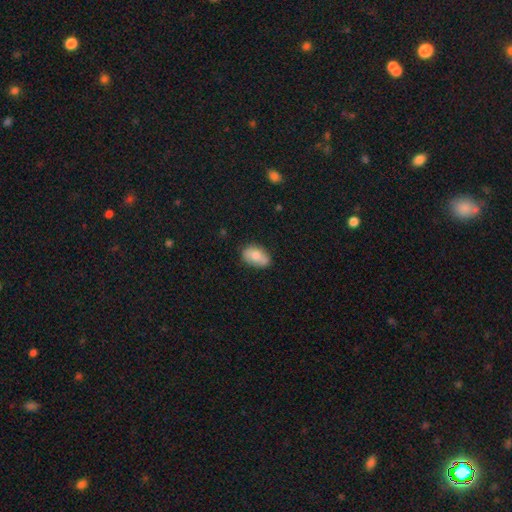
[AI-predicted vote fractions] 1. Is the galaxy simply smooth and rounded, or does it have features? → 75% smooth, 18% featured or disk, 7% star or artifact.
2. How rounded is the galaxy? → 89% in between, 8% round, 2% cigar-shaped.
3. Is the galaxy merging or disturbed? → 73% none, 21% minor disturbance, 4% major disturbance, 3% merger.